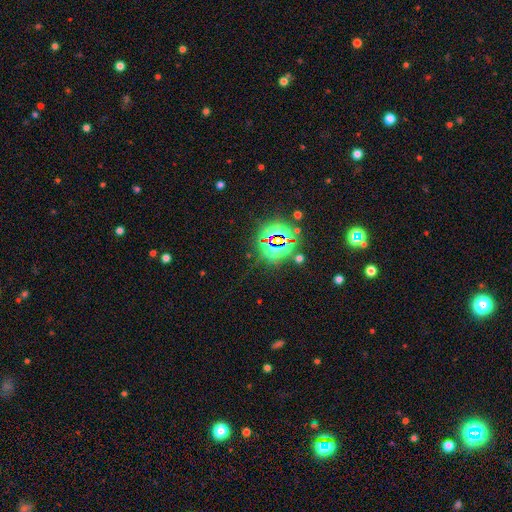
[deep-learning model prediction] star or artifact 82%, smooth 11%, featured or disk 7%.